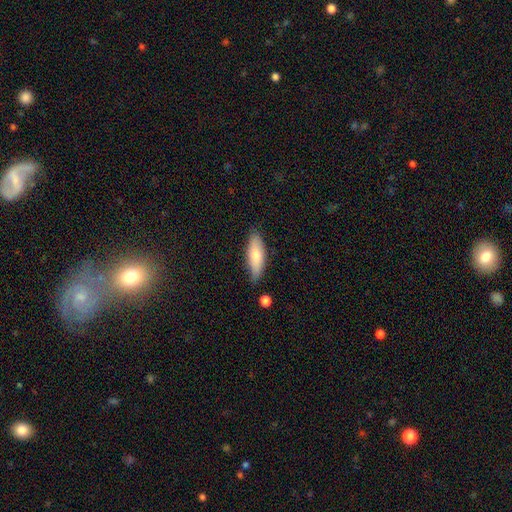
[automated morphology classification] The model was most divided on "how rounded": in between: 54%, cigar-shaped: 45%, round: 2%. More confident: smooth or featured — smooth (75%); merging — none (74%).